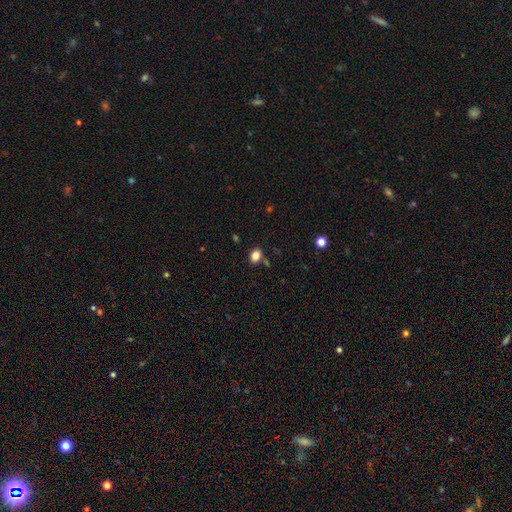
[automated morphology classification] This is clearly a smooth galaxy (84%). How rounded: likely in between (69%). Merging: likely none (80%).